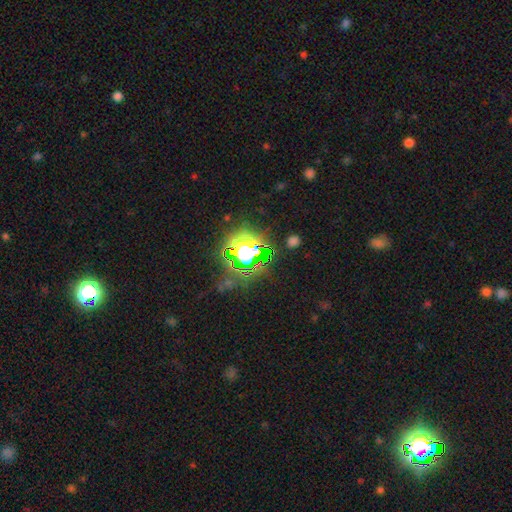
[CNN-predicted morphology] Overall: star or artifact (82%).